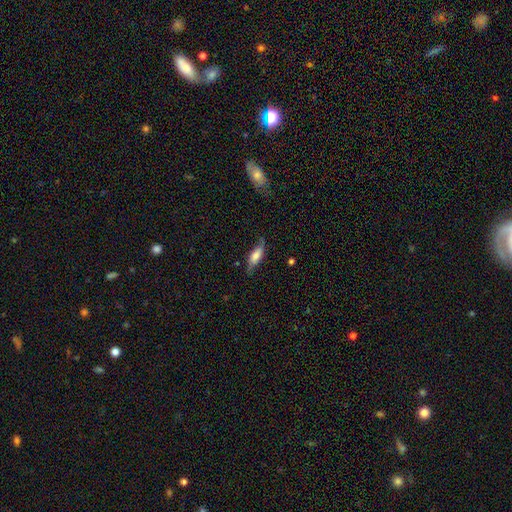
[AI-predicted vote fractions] This appears to be a smooth galaxy with no disk features (55%) that is in between round and cigar-shaped (65%). Merging: none (67%).